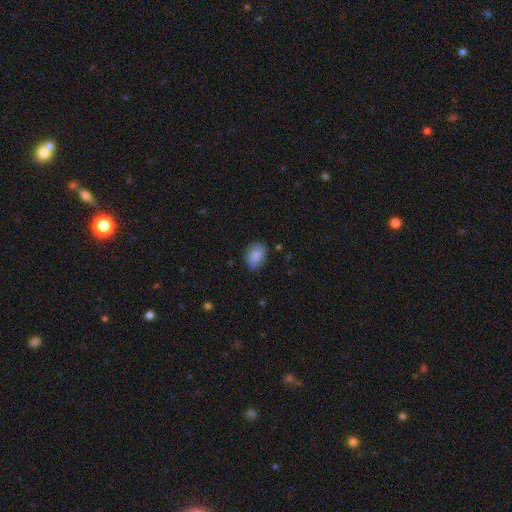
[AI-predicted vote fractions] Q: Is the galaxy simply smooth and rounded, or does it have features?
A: smooth — 85%.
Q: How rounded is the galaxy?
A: in between — 70%.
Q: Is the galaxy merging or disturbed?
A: none — 72%.